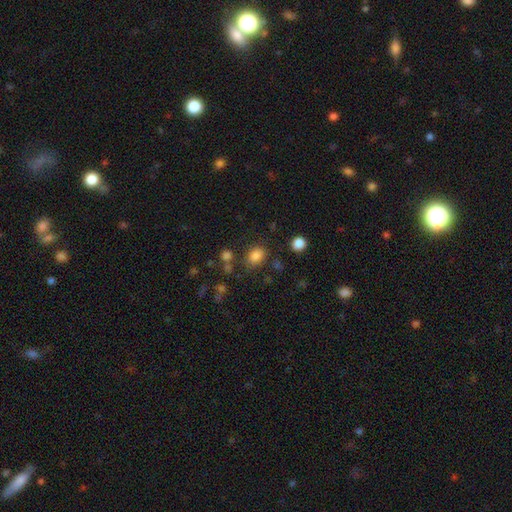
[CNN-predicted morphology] This appears to be a smooth galaxy with no disk features (83%) that is in between round and cigar-shaped (65%). Merging: none (75%).